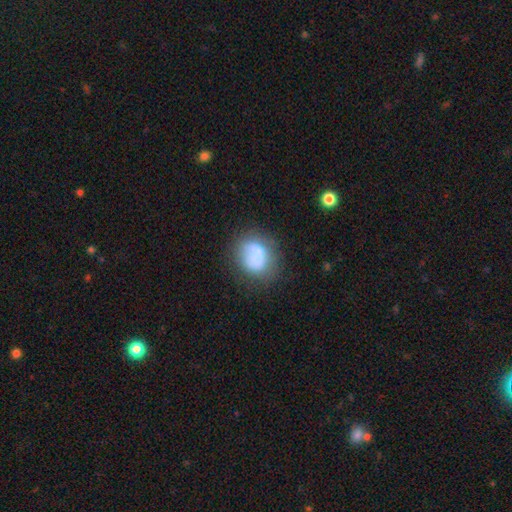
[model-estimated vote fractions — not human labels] This is likely a smooth galaxy (61%). How rounded: likely round (65%). Merging: possibly none (51%).